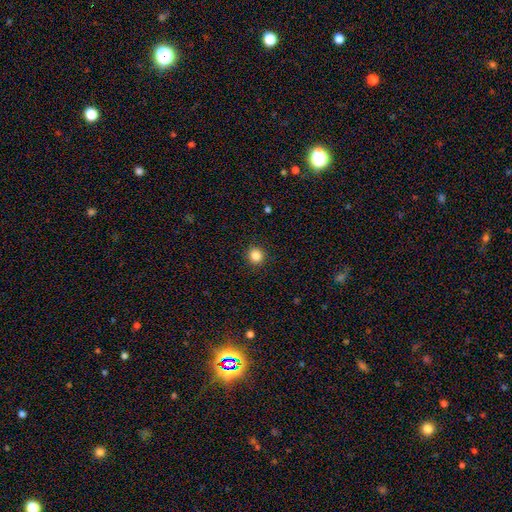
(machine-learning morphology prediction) This appears to be a smooth galaxy with no disk features (86%) that is round (92%). Merging: none (92%).